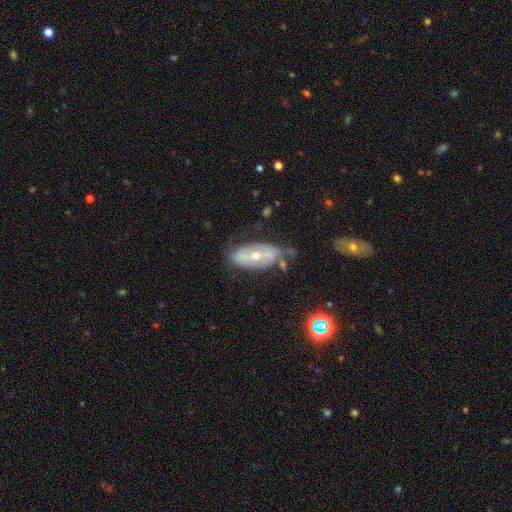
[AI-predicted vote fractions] featured or disk 59%, smooth 31%, star or artifact 9%. Down the decision tree: edge-on disk — no (84%); merging — none (55%).